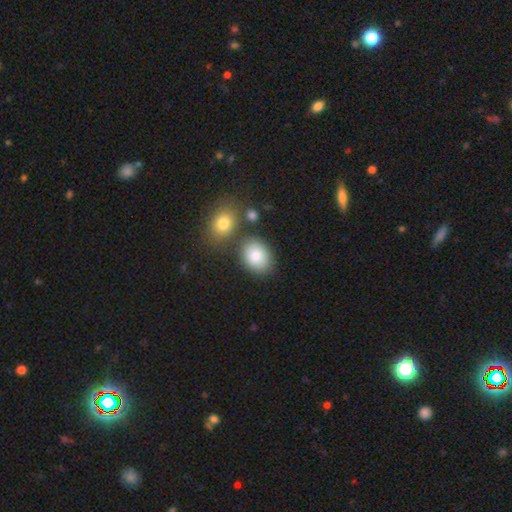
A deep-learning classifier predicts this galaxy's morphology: Smooth or featured?
  - smooth: 84% *
  - featured or disk: 8%
  - star or artifact: 8%
How rounded?
  - in between: 71% *
  - round: 28%
  - cigar-shaped: 1%
Merging?
  - none: 74% *
  - minor disturbance: 12%
  - merger: 11%
  - major disturbance: 4%